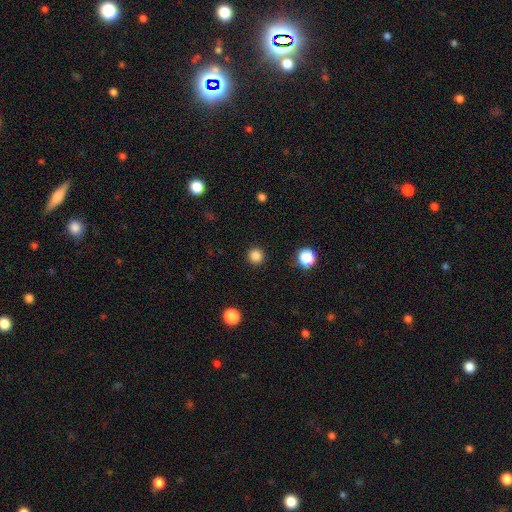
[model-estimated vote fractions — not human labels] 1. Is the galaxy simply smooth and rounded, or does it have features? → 84% smooth, 13% star or artifact, 3% featured or disk.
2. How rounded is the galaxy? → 95% round, 4% in between, 1% cigar-shaped.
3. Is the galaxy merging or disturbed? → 92% none, 5% minor disturbance, 2% major disturbance, 1% merger.